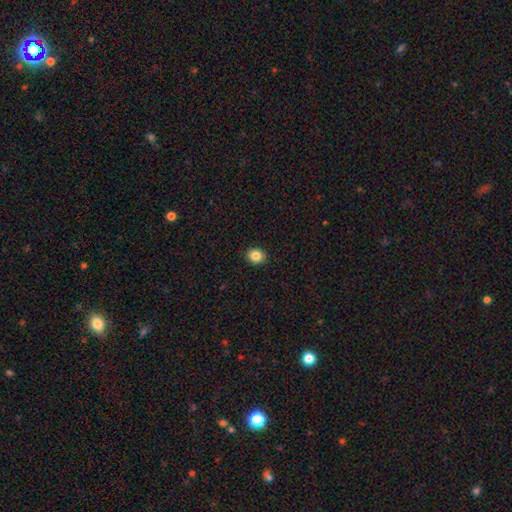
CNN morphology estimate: smooth-or-featured: smooth: 85% | star or artifact: 10% | featured or disk: 5%
  how-rounded: round: 74% | in between: 25% | cigar-shaped: 1%
  merging: none: 92% | minor disturbance: 5% | major disturbance: 2% | merger: 1%